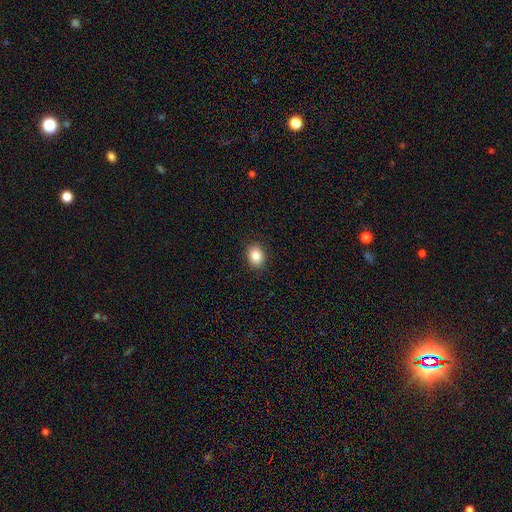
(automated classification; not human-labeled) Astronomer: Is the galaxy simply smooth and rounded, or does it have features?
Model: smooth — 86%.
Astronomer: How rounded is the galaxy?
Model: in between — 54% (runner-up: round, 45%).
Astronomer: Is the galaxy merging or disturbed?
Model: none — 90%.